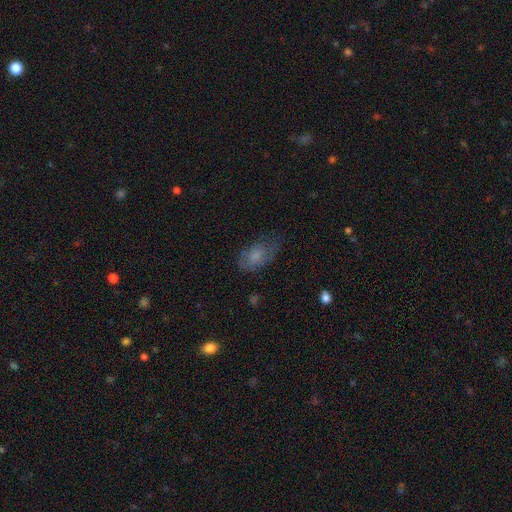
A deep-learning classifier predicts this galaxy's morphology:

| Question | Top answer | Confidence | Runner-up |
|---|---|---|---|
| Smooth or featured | smooth | 65% | featured or disk (26%) |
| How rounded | in between | 90% | round (7%) |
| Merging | none | 53% | minor disturbance (29%) |